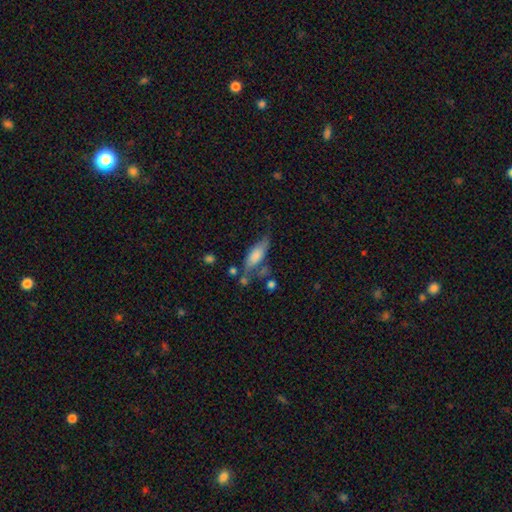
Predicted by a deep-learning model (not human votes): Morphology: type=smooth (70%); roundness=in between (68%); merging=none (46%).